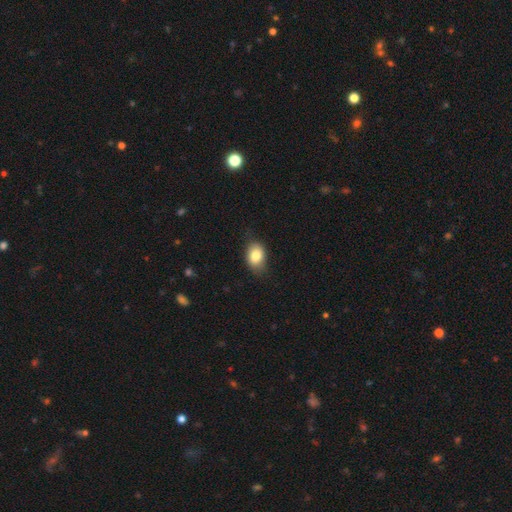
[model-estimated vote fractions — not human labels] Smooth or featured: smooth — 83% (featured or disk — 9%)
How rounded: in between — 75% (round — 24%)
Merging: none — 78% (minor disturbance — 18%)